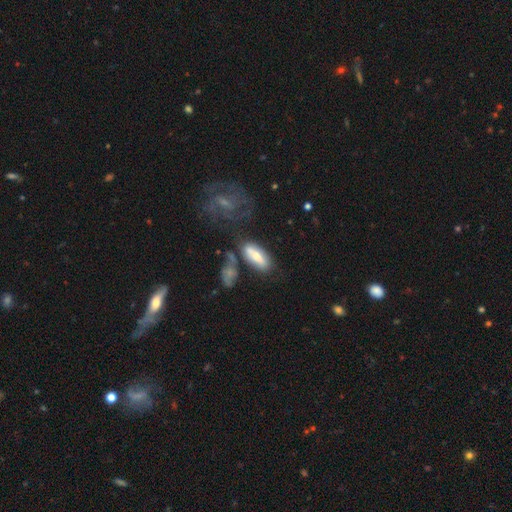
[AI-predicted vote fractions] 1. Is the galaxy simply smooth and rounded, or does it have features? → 59% smooth, 34% featured or disk, 7% star or artifact.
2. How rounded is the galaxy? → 69% in between, 28% cigar-shaped, 3% round.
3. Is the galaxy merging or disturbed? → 60% none, 19% minor disturbance, 13% merger, 8% major disturbance.